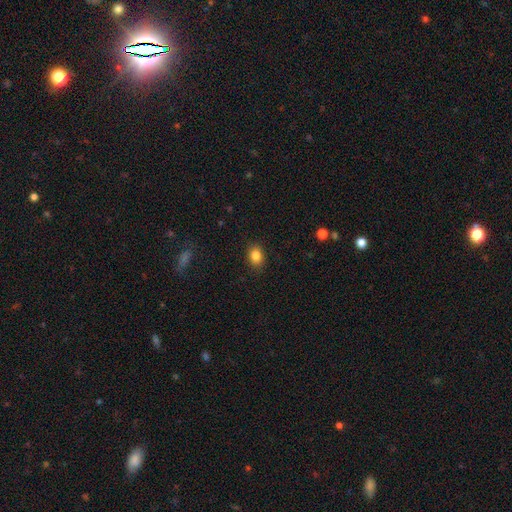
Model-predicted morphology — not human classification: Smooth or featured: smooth — 85% (star or artifact — 10%)
How rounded: in between — 63% (round — 36%)
Merging: none — 87% (minor disturbance — 9%)